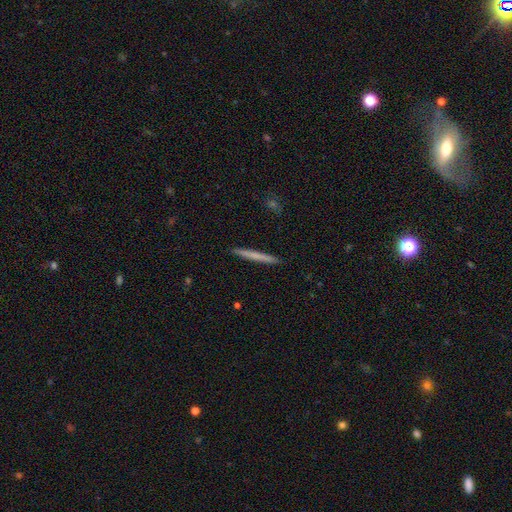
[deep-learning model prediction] A smooth galaxy with no disk features (62%) that is cigar-shaped (97%).

Vote fractions:
- Smooth or featured? smooth: 62% / featured or disk: 32% / star or artifact: 6%
- How rounded? cigar-shaped: 97% / in between: 2% / round: 1%
- Merging? none: 93% / minor disturbance: 5% / major disturbance: 1% / merger: 1%